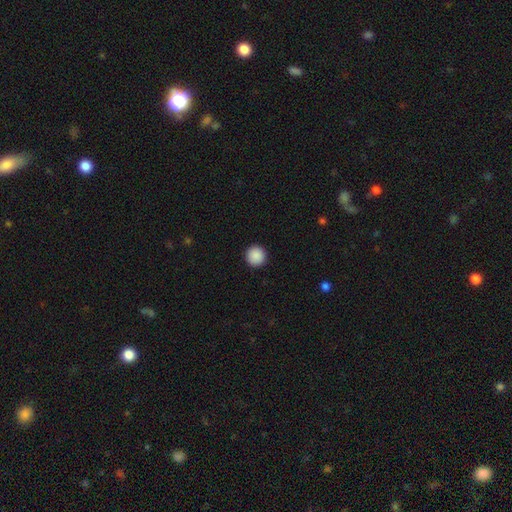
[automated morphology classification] The model was most divided on "smooth or featured": smooth: 90%, star or artifact: 8%, featured or disk: 2%. More confident: how rounded — round (96%); merging — none (93%).